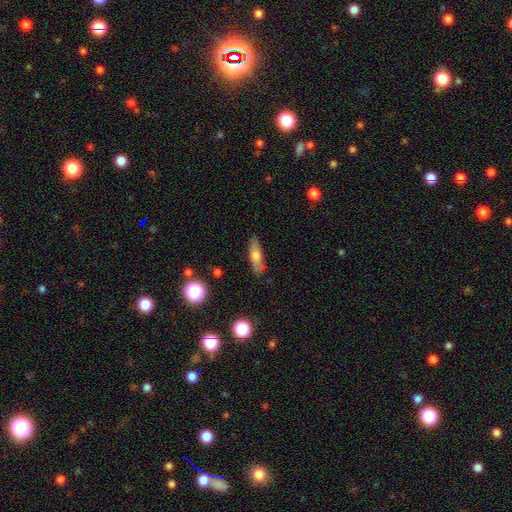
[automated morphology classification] Smooth or featured? smooth (65%)
How rounded? cigar-shaped (53%)
Merging? none (82%)